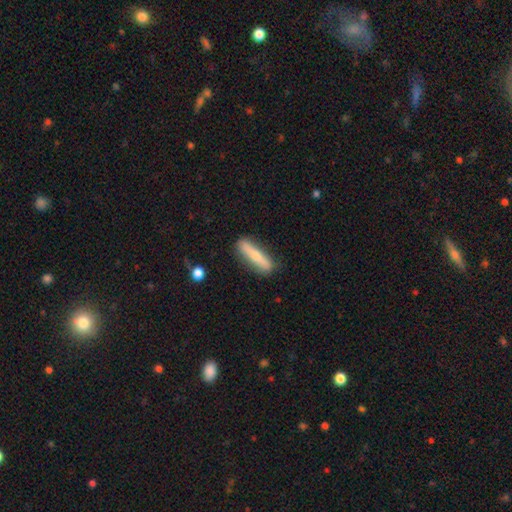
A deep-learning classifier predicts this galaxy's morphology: A smooth galaxy with no disk features (55%) that is cigar-shaped (83%).

Vote fractions:
- Smooth or featured? smooth: 55% / featured or disk: 39% / star or artifact: 6%
- How rounded? cigar-shaped: 83% / in between: 15% / round: 2%
- Merging? none: 84% / minor disturbance: 11% / major disturbance: 3% / merger: 2%